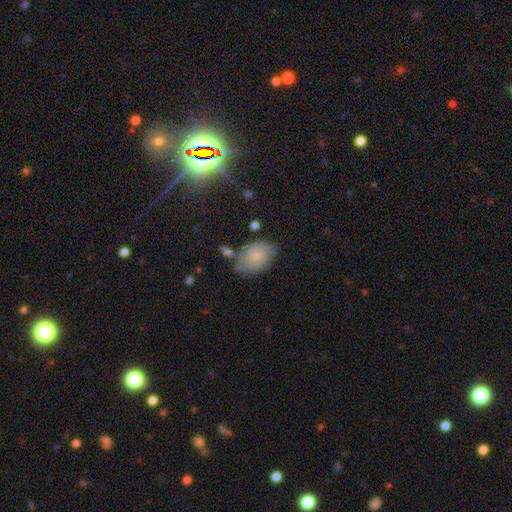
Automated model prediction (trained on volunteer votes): smooth_or_featured: smooth (p=0.63) [alt: featured or disk p=0.28]
how_rounded: in between (p=0.79) [alt: round p=0.20]
merging: none (p=0.57) [alt: minor disturbance p=0.27]